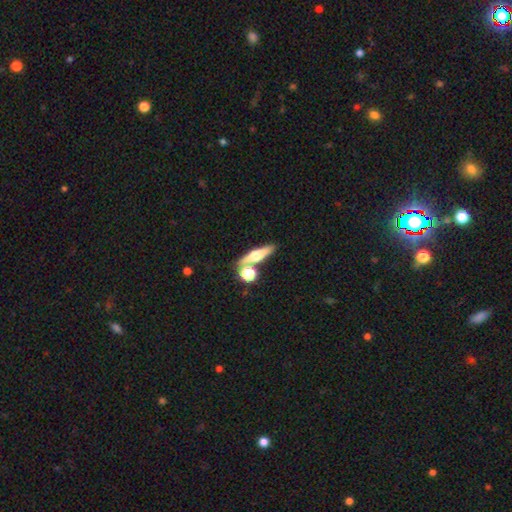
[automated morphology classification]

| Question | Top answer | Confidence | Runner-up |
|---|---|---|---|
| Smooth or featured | featured or disk | 47% | smooth (43%) |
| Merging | none | 70% | merger (17%) |